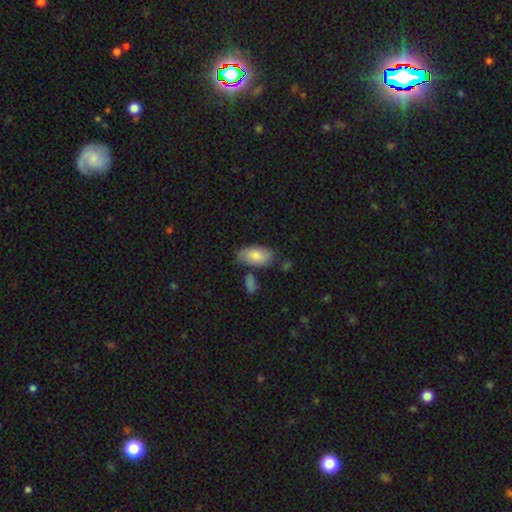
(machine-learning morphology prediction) smooth 80%, featured or disk 14%, star or artifact 6%. Down the decision tree: how rounded — in between (94%); merging — none (65%).